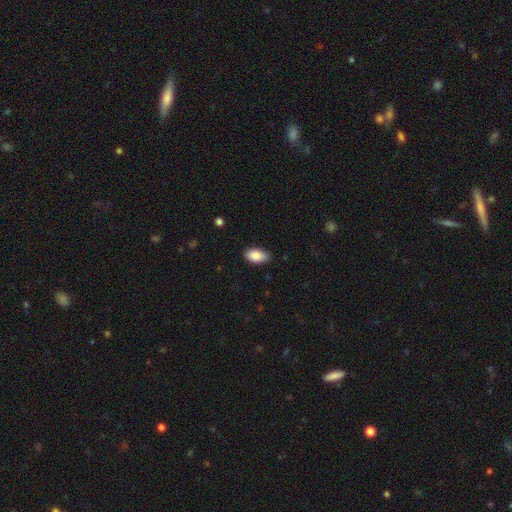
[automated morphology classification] smooth 88%, star or artifact 7%, featured or disk 5%. Down the decision tree: how rounded — in between (93%); merging — none (81%).